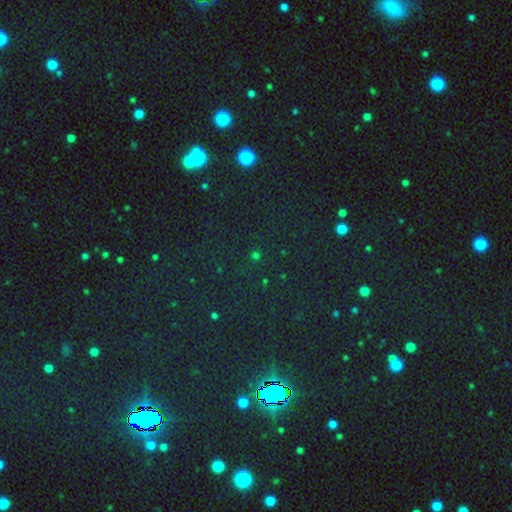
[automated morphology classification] Smooth or featured? star or artifact (57%)